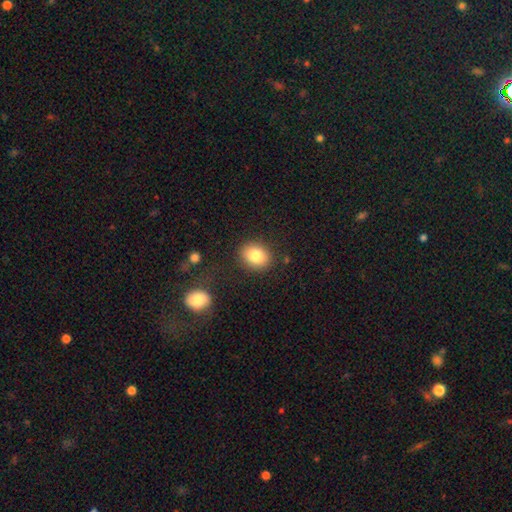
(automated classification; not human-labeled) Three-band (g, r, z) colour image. It shows a smooth galaxy with no disk features (82%) that is round (59%). Merging: none (86%).